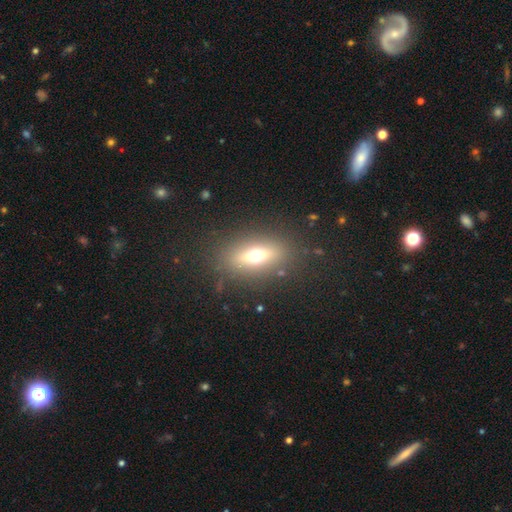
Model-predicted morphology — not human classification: A smooth galaxy with no disk features (55%) that is in between round and cigar-shaped (68%).

Vote fractions:
- Smooth or featured? smooth: 55% / featured or disk: 30% / star or artifact: 15%
- How rounded? in between: 68% / round: 20% / cigar-shaped: 12%
- Merging? none: 84% / minor disturbance: 9% / major disturbance: 6% / merger: 2%